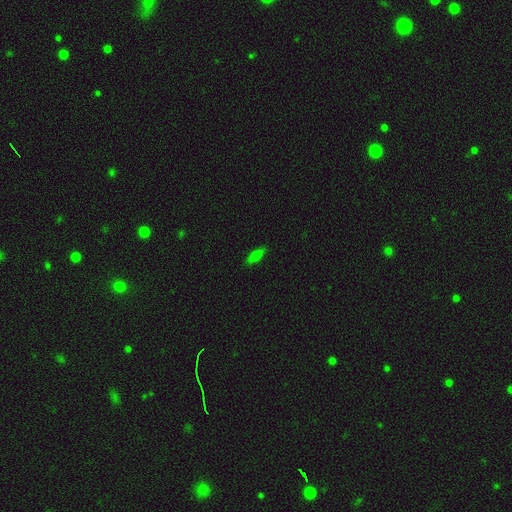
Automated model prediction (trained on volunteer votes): This appears to be a smooth galaxy with no disk features (63%) that is in between round and cigar-shaped (58%). Merging: none (86%).